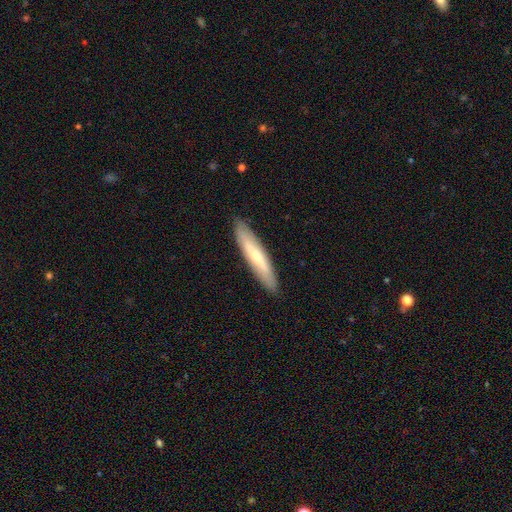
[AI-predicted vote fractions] Smooth or featured: smooth — 51% (featured or disk — 43%)
How rounded: cigar-shaped — 87% (in between — 11%)
Merging: none — 90% (minor disturbance — 8%)